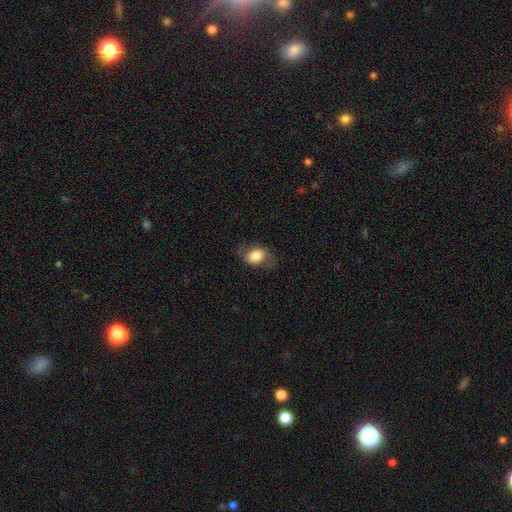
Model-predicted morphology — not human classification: Q: Smooth or featured?
A: smooth (68%); runner-up: featured or disk (24%)
Q: How rounded?
A: in between (68%); runner-up: round (31%)
Q: Merging?
A: none (66%); runner-up: minor disturbance (21%)